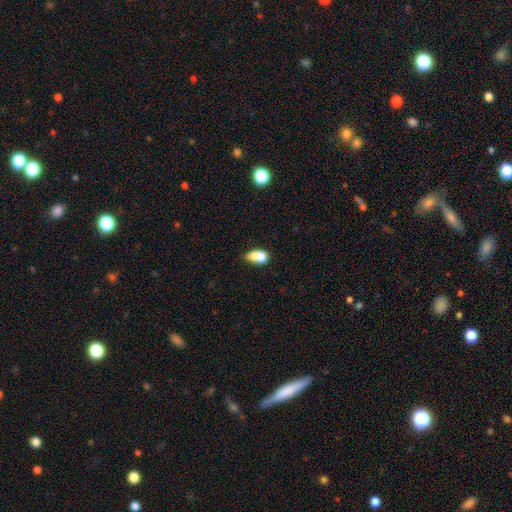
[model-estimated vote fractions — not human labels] This is likely a smooth galaxy (71%). How rounded: likely in between (75%). Merging: possibly merger (50%).